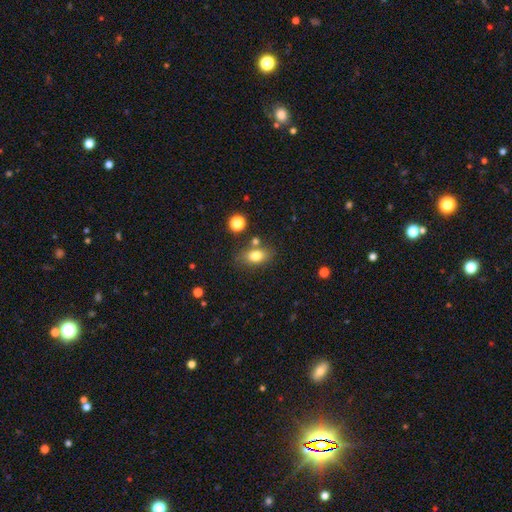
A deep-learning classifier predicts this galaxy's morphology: A smooth galaxy with no disk features (79%) that is in between round and cigar-shaped (79%).

Vote fractions:
- Smooth or featured? smooth: 79% / featured or disk: 11% / star or artifact: 11%
- How rounded? in between: 79% / round: 18% / cigar-shaped: 3%
- Merging? none: 71% / minor disturbance: 14% / merger: 11% / major disturbance: 4%